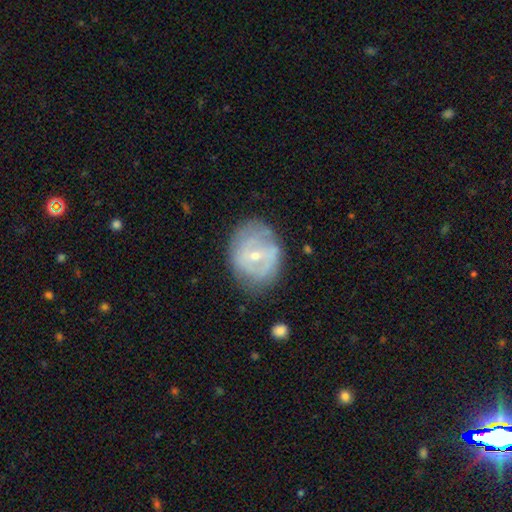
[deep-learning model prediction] smooth_or_featured: featured or disk (p=0.66) [alt: smooth p=0.27]
disk_edge_on: no (p=0.96) [alt: yes p=0.04]
bar: weak (p=0.48) [alt: no p=0.35]
has_spiral_arms: yes (p=0.60) [alt: no p=0.40]
bulge_size: small (p=0.63) [alt: moderate p=0.34]
merging: none (p=0.67) [alt: minor disturbance p=0.22]